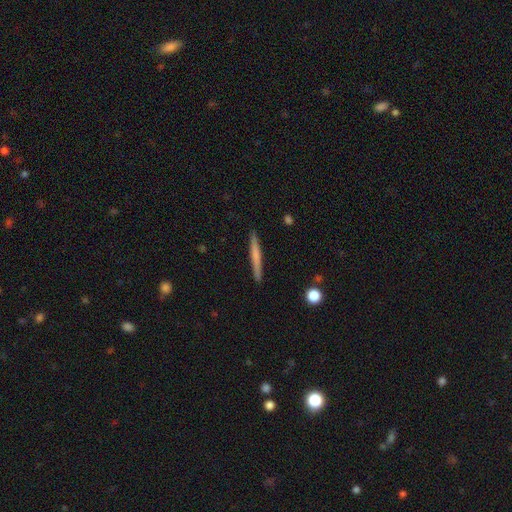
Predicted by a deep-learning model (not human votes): This is possibly a smooth galaxy (55%). How rounded: clearly cigar-shaped (96%). Merging: clearly none (91%).